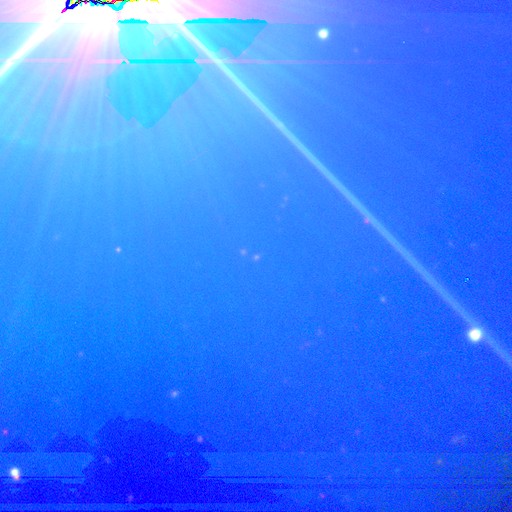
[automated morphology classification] A star or artifact, not a galaxy (81%).